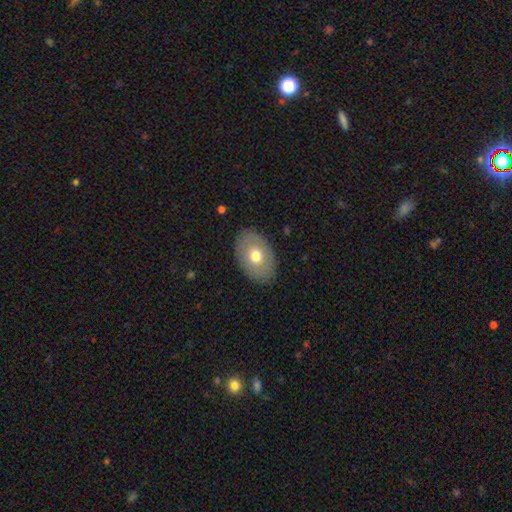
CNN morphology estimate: type=smooth (64%); roundness=in between (84%); merging=none (86%).